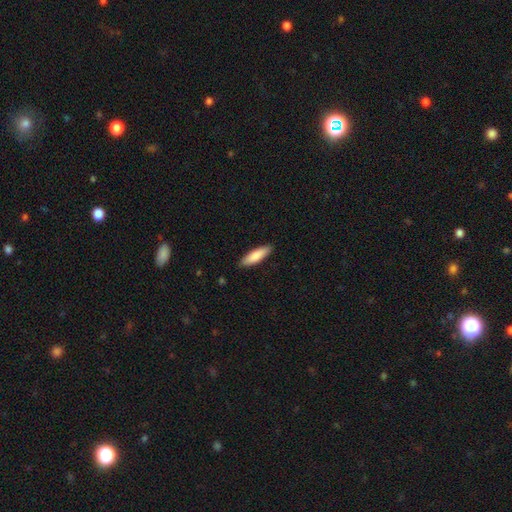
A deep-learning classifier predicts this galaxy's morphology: type=smooth (84%); roundness=cigar-shaped (57%); merging=none (88%).